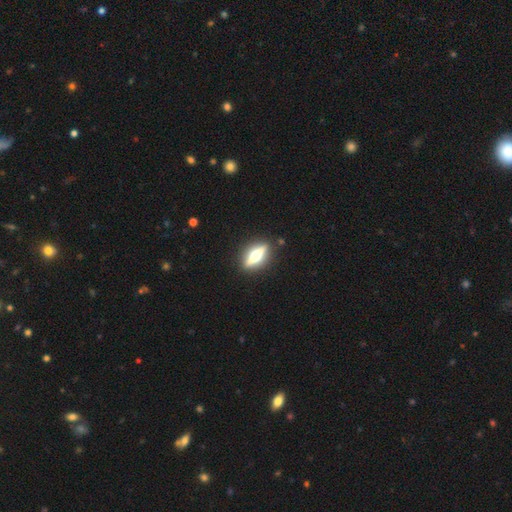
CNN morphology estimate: Smooth or featured? Predicted: featured or disk (p=0.74). Edge-on disk? Predicted: yes (p=0.93). Edge-on bulge? Predicted: rounded (p=0.96). Merging? Predicted: none (p=0.89).